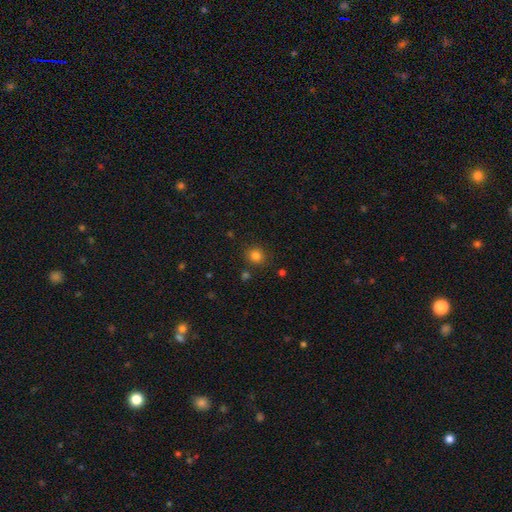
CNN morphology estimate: smooth_or_featured: smooth (p=0.81) [alt: star or artifact p=0.14]
how_rounded: round (p=0.88) [alt: in between p=0.11]
merging: none (p=0.86) [alt: minor disturbance p=0.08]